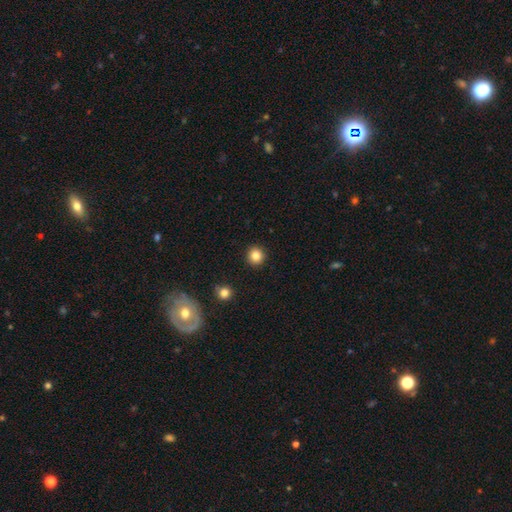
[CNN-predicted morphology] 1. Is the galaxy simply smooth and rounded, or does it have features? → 84% smooth, 11% star or artifact, 5% featured or disk.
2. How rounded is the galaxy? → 93% round, 6% in between, 1% cigar-shaped.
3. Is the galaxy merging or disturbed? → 92% none, 5% minor disturbance, 2% major disturbance, 1% merger.